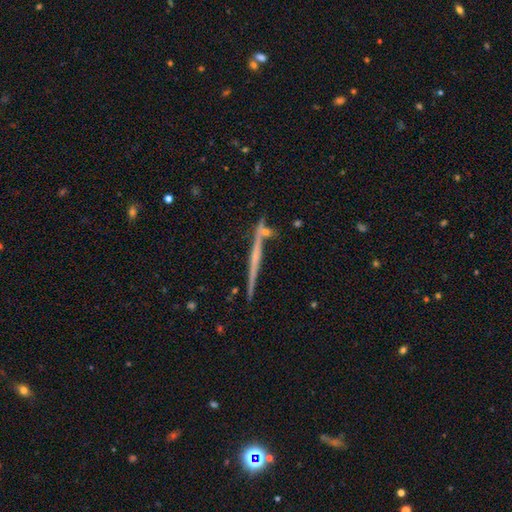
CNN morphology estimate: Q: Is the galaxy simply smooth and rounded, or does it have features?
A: featured or disk — 65%.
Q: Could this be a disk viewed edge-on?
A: yes — 97%.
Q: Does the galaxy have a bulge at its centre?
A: none — 73%.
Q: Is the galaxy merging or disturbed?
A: none — 80%.